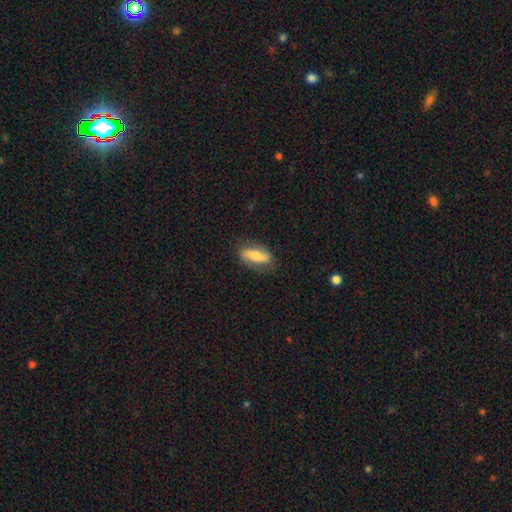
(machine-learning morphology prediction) The model was most divided on "smooth or featured": smooth: 60%, featured or disk: 34%, star or artifact: 7%. More confident: merging — none (80%); how rounded — in between (64%).